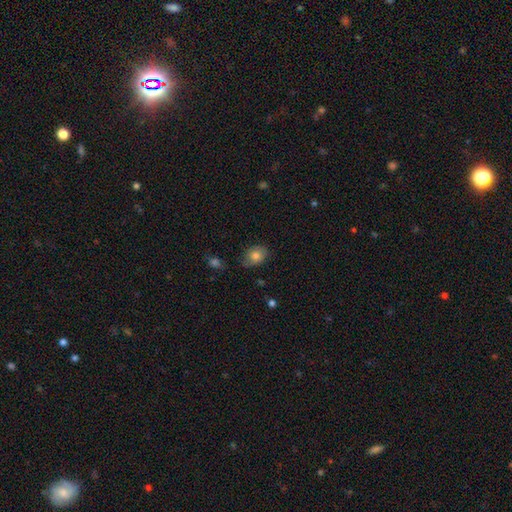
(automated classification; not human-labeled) Smooth or featured? Predicted: smooth (p=0.80). How rounded? Predicted: in between (p=0.67). Merging? Predicted: none (p=0.69).